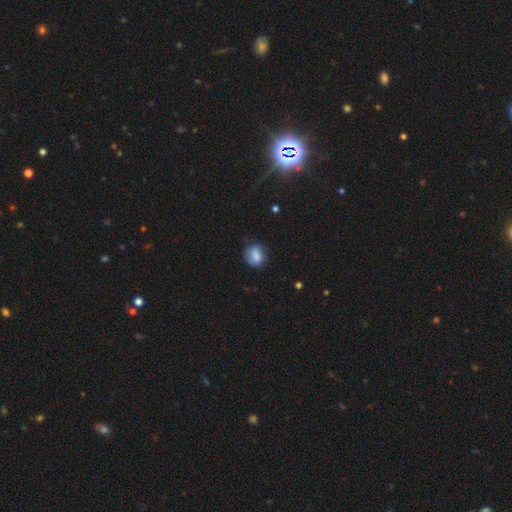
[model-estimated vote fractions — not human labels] Q: Smooth or featured?
A: smooth (71%); runner-up: featured or disk (20%)
Q: How rounded?
A: round (52%); runner-up: in between (46%)
Q: Merging?
A: none (63%); runner-up: minor disturbance (26%)